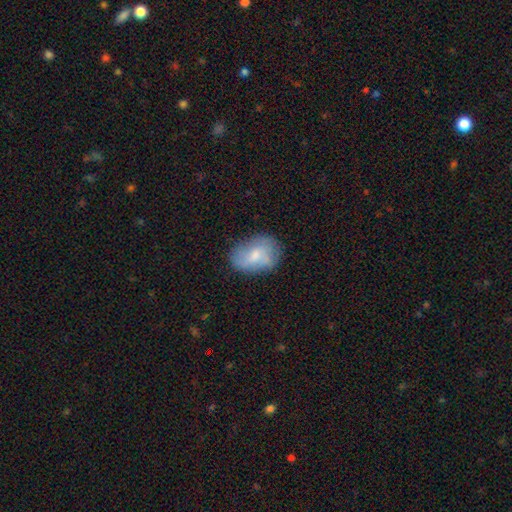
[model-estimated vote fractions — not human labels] Overall: smooth (64%; featured or disk 29%). How rounded: in between (82%). Merging: none (66%).